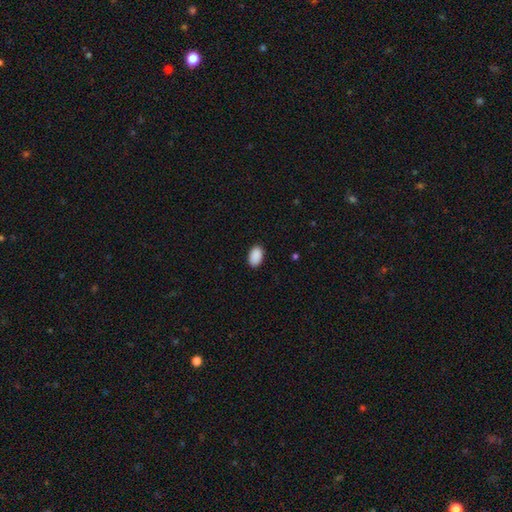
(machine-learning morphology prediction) A smooth galaxy with no disk features (90%) that is in between round and cigar-shaped (92%).

Vote fractions:
- Smooth or featured? smooth: 90% / star or artifact: 7% / featured or disk: 2%
- How rounded? in between: 92% / round: 7% / cigar-shaped: 1%
- Merging? none: 89% / minor disturbance: 8% / major disturbance: 2% / merger: 1%